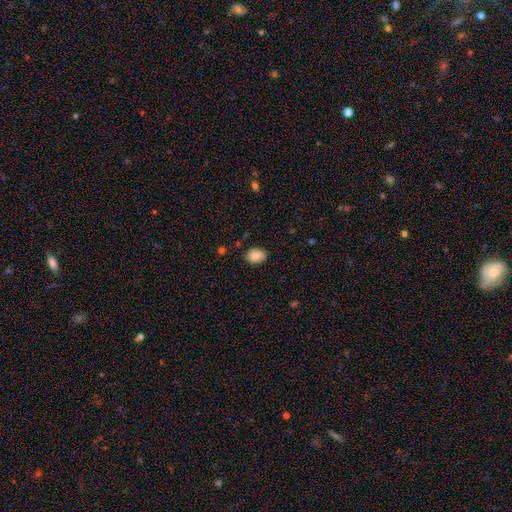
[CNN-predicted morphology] This appears to be a smooth galaxy with no disk features (88%) that is in between round and cigar-shaped (73%). Merging: none (80%).